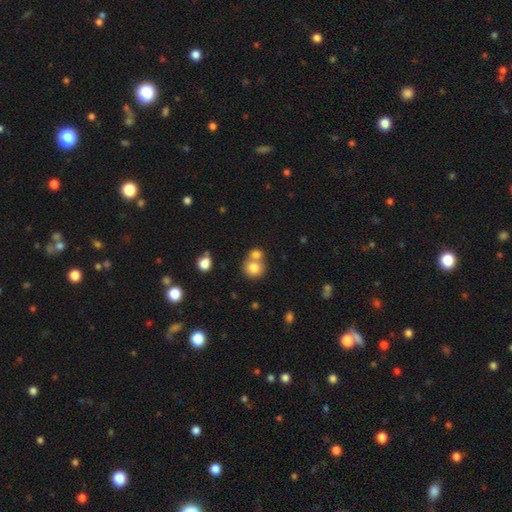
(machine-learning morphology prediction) Overall: smooth (77%). How rounded: round (81%). Merging: merger (49%; none 41%).